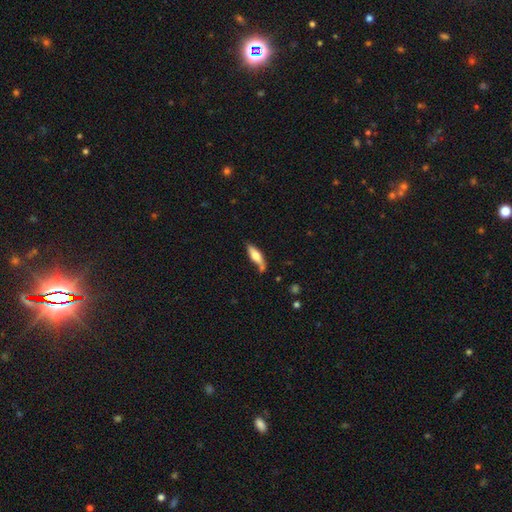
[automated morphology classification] This appears to be a smooth galaxy with no disk features (61%) that is cigar-shaped (51%). Merging: none (60%).